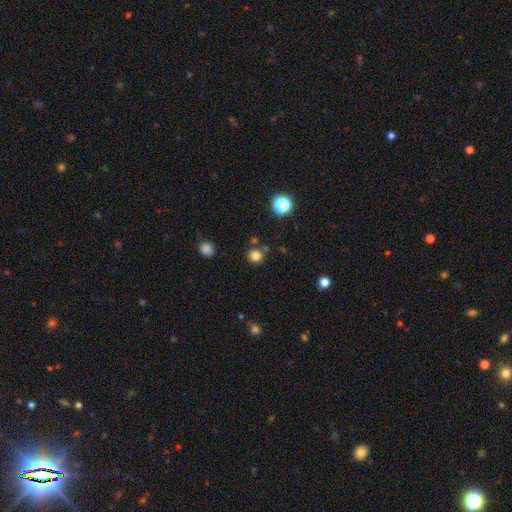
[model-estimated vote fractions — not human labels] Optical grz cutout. It shows a smooth galaxy with no disk features (81%) that is round (91%). Merging: none (81%).